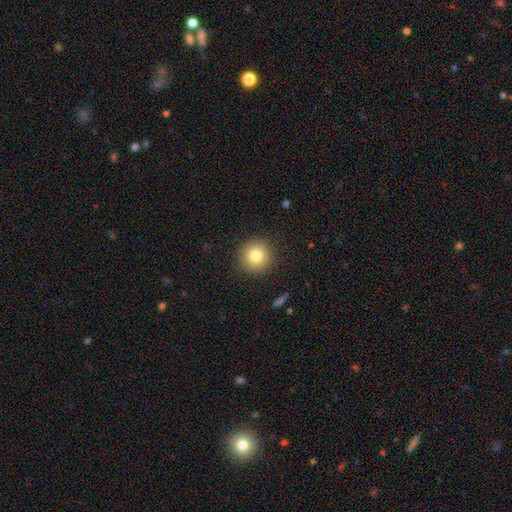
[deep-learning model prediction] Overall: smooth (81%). How rounded: round (94%). Merging: none (90%).